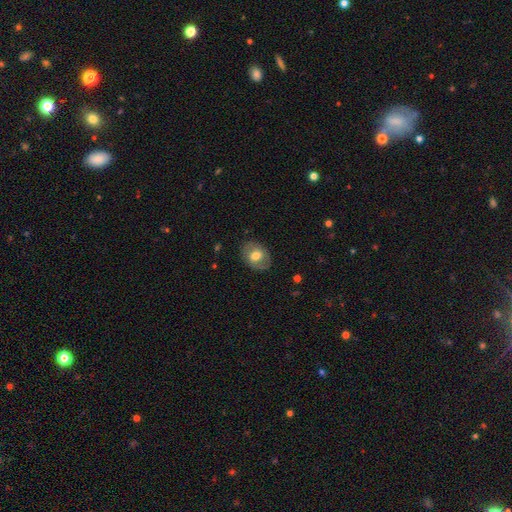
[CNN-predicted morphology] smooth-or-featured: smooth: 58% | featured or disk: 35% | star or artifact: 7%
  how-rounded: in between: 61% | round: 38% | cigar-shaped: 1%
  merging: none: 81% | minor disturbance: 13% | major disturbance: 5% | merger: 1%